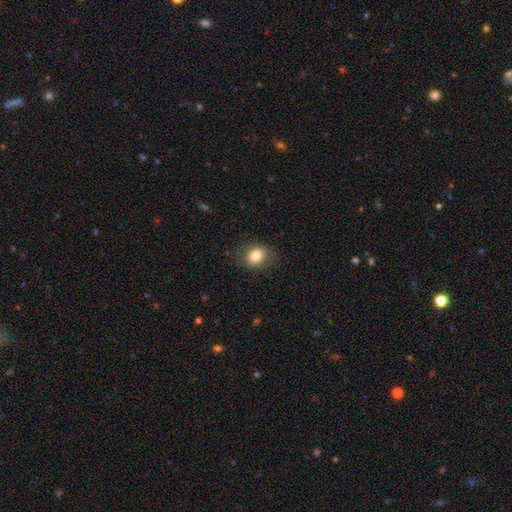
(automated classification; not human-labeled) This is clearly a smooth galaxy (81%). How rounded: possibly round (51%). Merging: clearly none (82%).